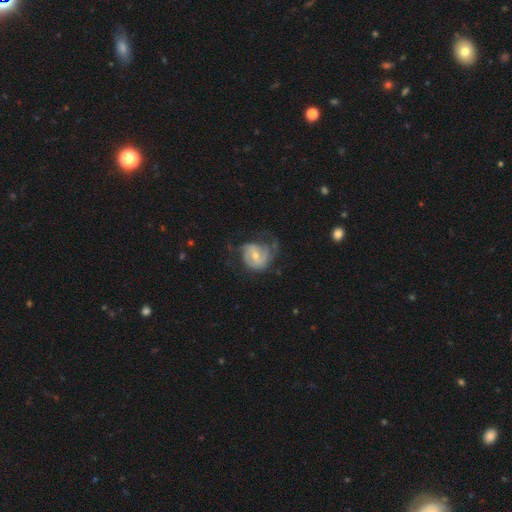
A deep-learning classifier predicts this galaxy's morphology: A featured or disk galaxy (73%) with a weak bar (54%), 2 (56%) medium (41%) spiral arms (87%) and a moderate central bulge (52%). Merging: none (49%).